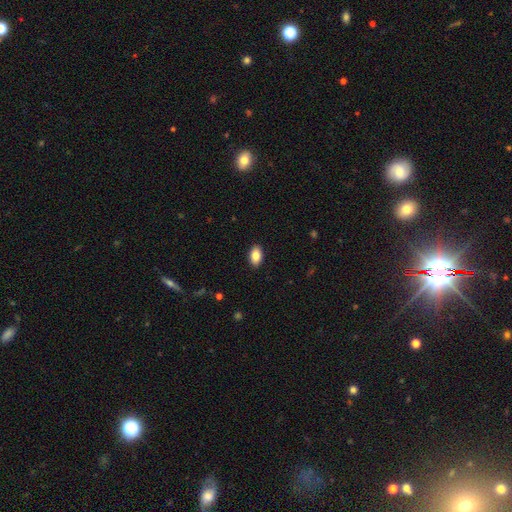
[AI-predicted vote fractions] Smooth or featured? Predicted: smooth (p=0.86). How rounded? Predicted: in between (p=0.91). Merging? Predicted: none (p=0.90).